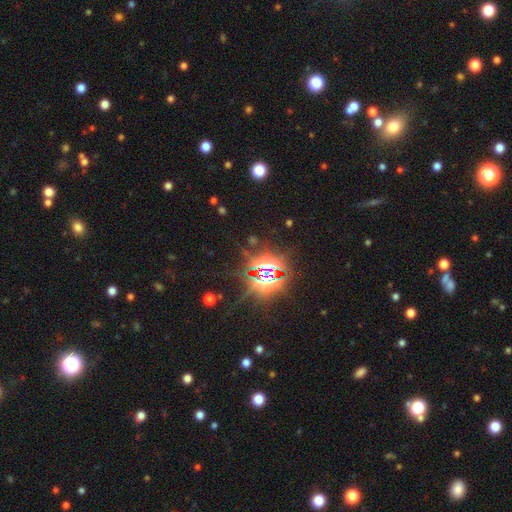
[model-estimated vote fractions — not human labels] Q: Smooth or featured?
A: star or artifact (84%); runner-up: smooth (10%)